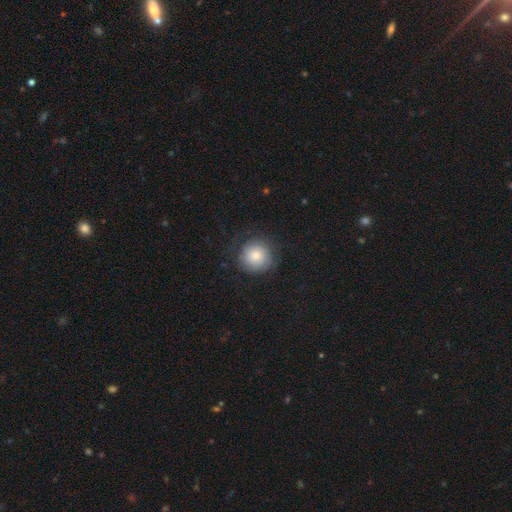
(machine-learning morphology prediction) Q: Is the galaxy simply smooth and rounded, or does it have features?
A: smooth — 72%.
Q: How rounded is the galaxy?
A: round — 94%.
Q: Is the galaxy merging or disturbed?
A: none — 74%.